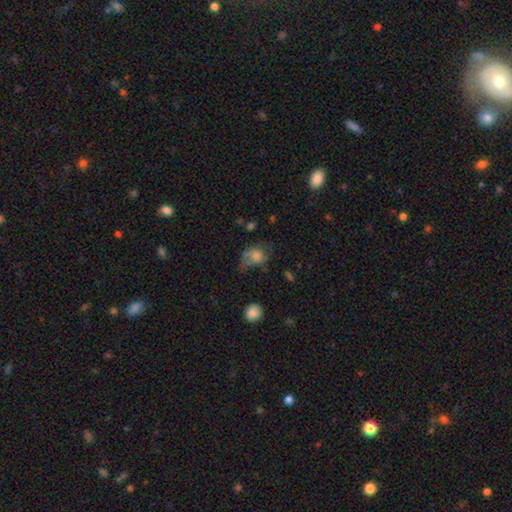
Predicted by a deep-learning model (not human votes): The model was most divided on "merging": major disturbance: 38%, none: 30%, minor disturbance: 26%, merger: 6%. More confident: smooth or featured — smooth (62%); how rounded — in between (56%).